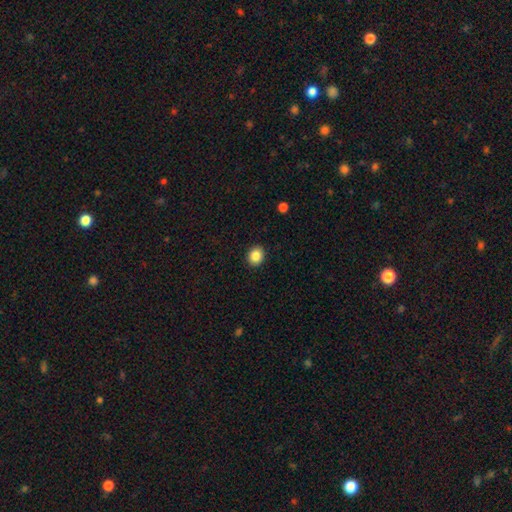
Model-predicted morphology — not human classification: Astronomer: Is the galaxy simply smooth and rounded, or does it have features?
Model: smooth — 85%.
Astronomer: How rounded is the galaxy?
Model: round — 70%.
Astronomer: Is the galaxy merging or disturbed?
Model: none — 91%.